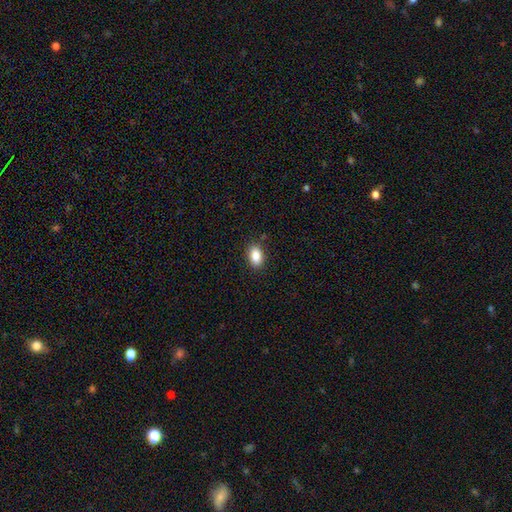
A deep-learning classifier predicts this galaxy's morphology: This is clearly a smooth galaxy (87%). How rounded: clearly in between (89%). Merging: clearly none (87%).